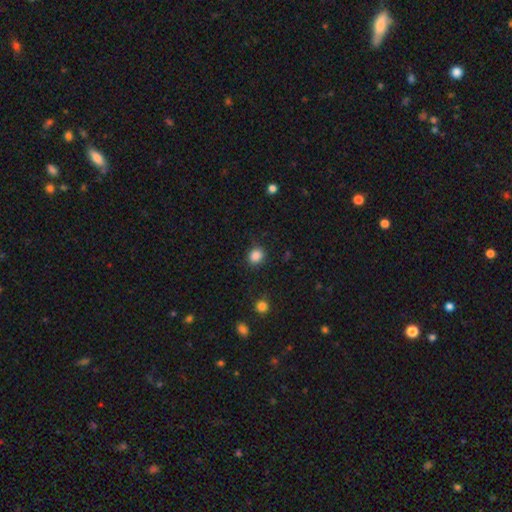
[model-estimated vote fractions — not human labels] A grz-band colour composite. It shows a smooth galaxy with no disk features (86%) that is round (74%). Merging: none (86%).